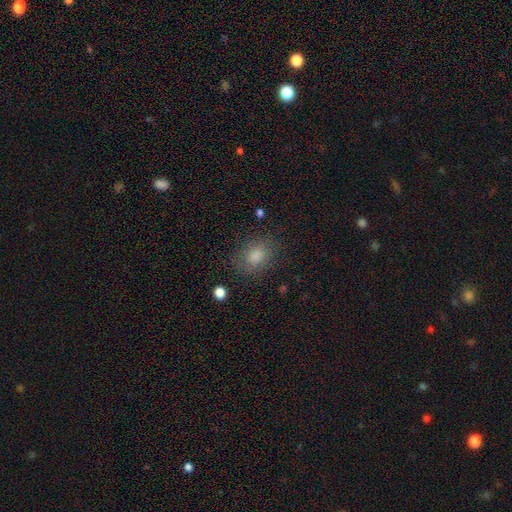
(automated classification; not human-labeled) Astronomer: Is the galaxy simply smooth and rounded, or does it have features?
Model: smooth — 78%.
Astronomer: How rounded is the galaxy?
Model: in between — 58% (runner-up: round, 41%).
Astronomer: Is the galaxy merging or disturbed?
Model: none — 82%.